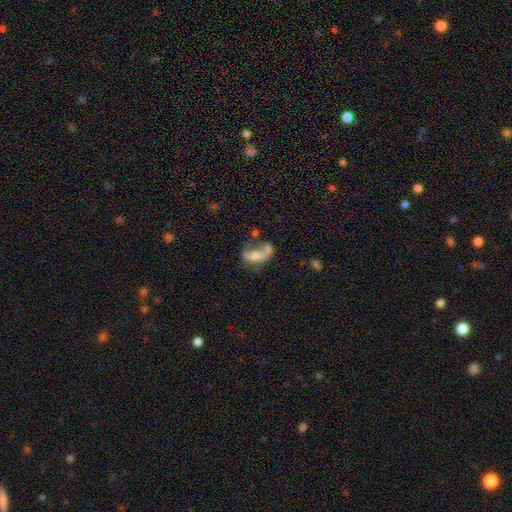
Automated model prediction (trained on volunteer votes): smooth-or-featured: featured or disk: 49% | smooth: 40% | star or artifact: 11%
  merging: merger: 38% | major disturbance: 28% | none: 20% | minor disturbance: 14%